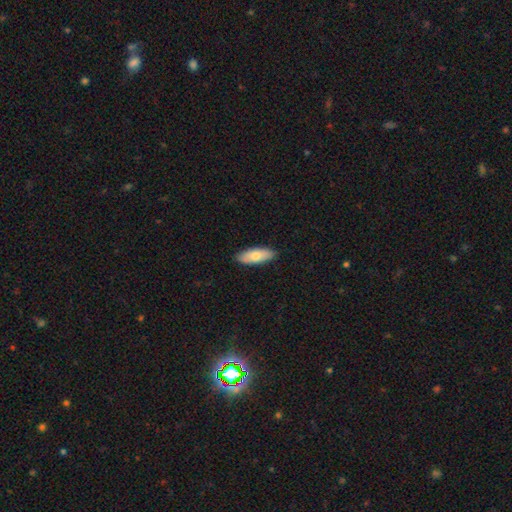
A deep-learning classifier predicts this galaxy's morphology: smooth 75%, featured or disk 19%, star or artifact 6%. Down the decision tree: how rounded — in between (76%); merging — none (88%).